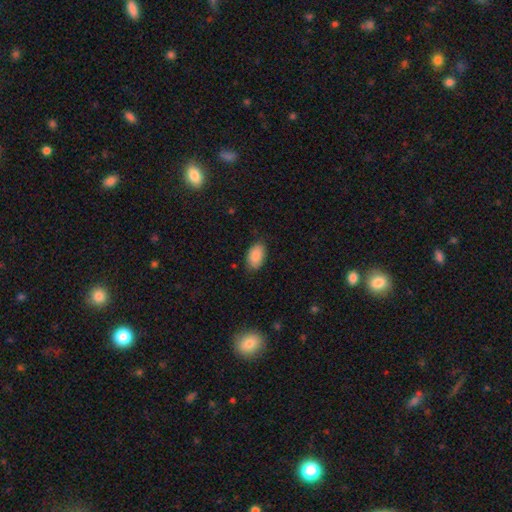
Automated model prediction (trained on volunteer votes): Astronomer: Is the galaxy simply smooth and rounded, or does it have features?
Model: smooth — 87%.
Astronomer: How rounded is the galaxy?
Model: in between — 94%.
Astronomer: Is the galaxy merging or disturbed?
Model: none — 82%.